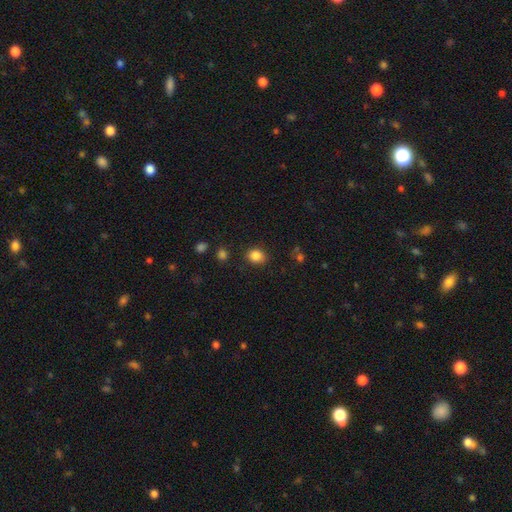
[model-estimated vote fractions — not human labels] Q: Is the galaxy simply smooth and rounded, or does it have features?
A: smooth — 85%.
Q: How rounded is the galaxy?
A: round — 54%.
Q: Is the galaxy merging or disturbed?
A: none — 82%.